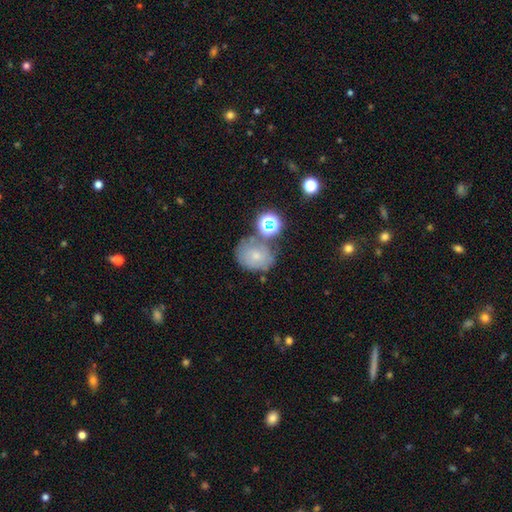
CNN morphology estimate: Overall: smooth (54%; featured or disk 25%). How rounded: round (55%; in between 44%). Merging: none (55%; minor disturbance 20%).